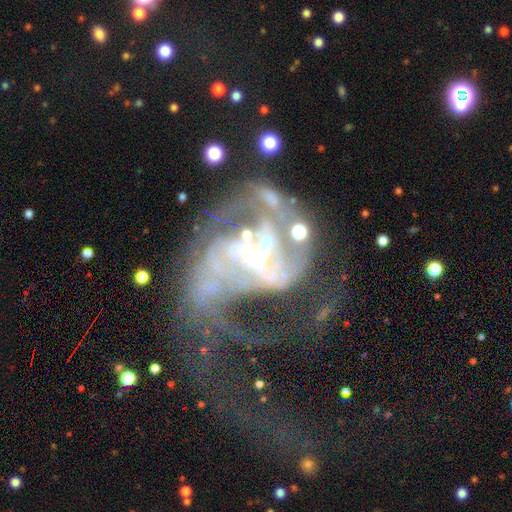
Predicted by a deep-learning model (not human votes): Smooth or featured: featured or disk — 82% (star or artifact — 11%)
Edge-on disk: no — 97% (yes — 3%)
Bar: no — 36% (weak — 35%)
Spiral arms: yes — 71% (no — 29%)
Spiral winding: loose — 46% (medium — 37%)
Spiral arm count: 2 — 39% (can't tell — 26%)
Bulge size: moderate — 36% (small — 34%)
Merging: major disturbance — 53% (merger — 18%)